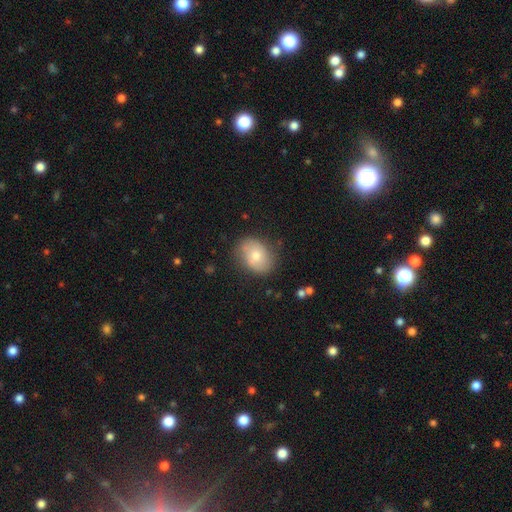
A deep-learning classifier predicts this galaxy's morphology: A smooth galaxy with no disk features (67%) that is in between round and cigar-shaped (66%).

Vote fractions:
- Smooth or featured? smooth: 67% / featured or disk: 25% / star or artifact: 7%
- How rounded? in between: 66% / round: 32% / cigar-shaped: 1%
- Merging? none: 74% / minor disturbance: 19% / major disturbance: 5% / merger: 2%